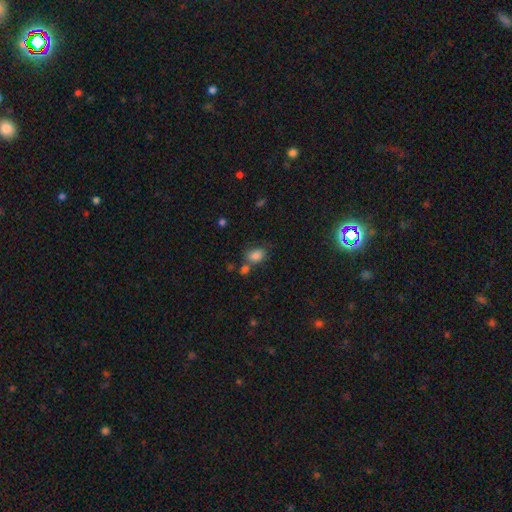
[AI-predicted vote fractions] Q: Smooth or featured?
A: smooth (82%); runner-up: star or artifact (11%)
Q: How rounded?
A: in between (75%); runner-up: round (23%)
Q: Merging?
A: none (57%); runner-up: merger (20%)